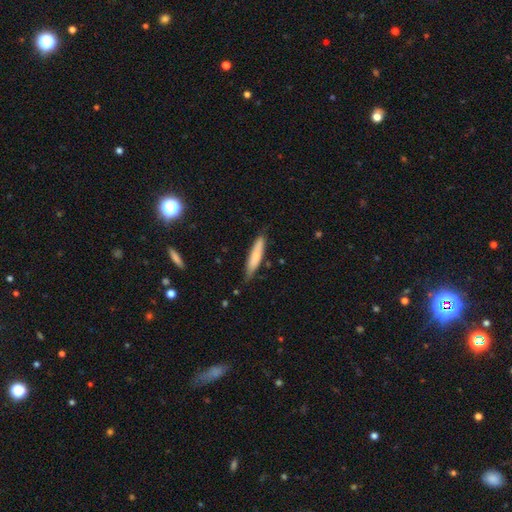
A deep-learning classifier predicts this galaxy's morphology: smooth-or-featured: smooth: 74% | featured or disk: 21% | star or artifact: 5%
  how-rounded: cigar-shaped: 85% | in between: 14% | round: 1%
  merging: none: 78% | minor disturbance: 18% | major disturbance: 2% | merger: 2%